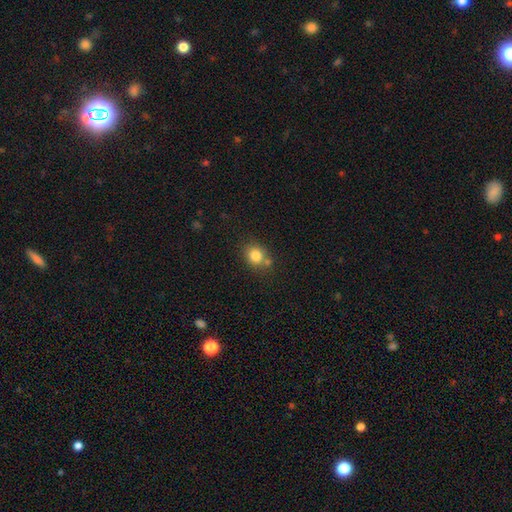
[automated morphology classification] Overall: smooth (82%). How rounded: round (69%; in between 30%). Merging: none (65%).